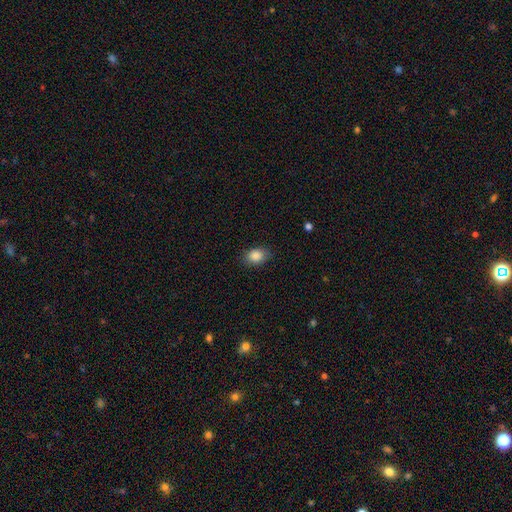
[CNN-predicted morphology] type=smooth (87%); roundness=in between (71%); merging=none (83%).